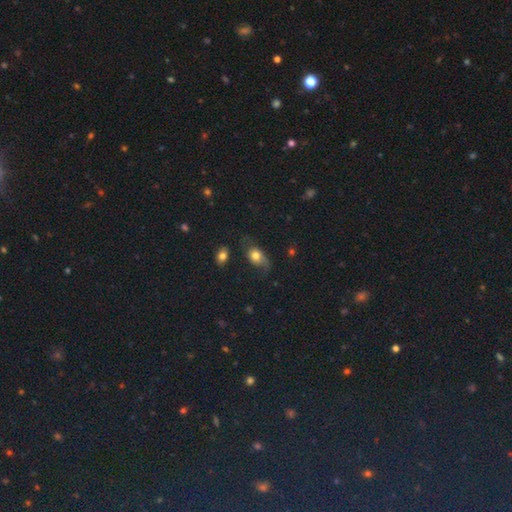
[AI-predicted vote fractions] This appears to be a smooth galaxy with no disk features (63%) that is in between round and cigar-shaped (76%). Merging: none (53%).